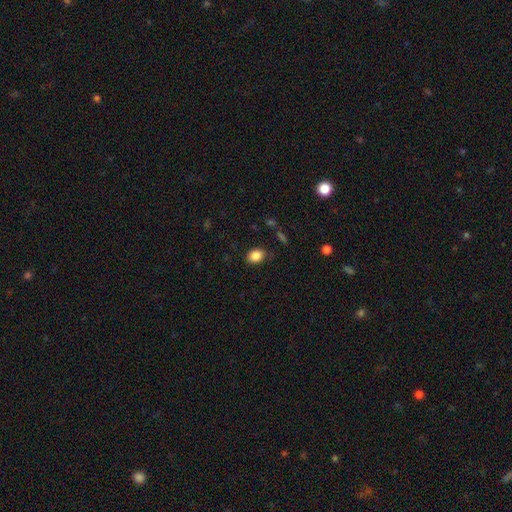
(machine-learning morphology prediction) smooth-or-featured: smooth: 86% | star or artifact: 9% | featured or disk: 5%
  how-rounded: in between: 70% | round: 29% | cigar-shaped: 1%
  merging: none: 83% | minor disturbance: 12% | major disturbance: 3% | merger: 2%